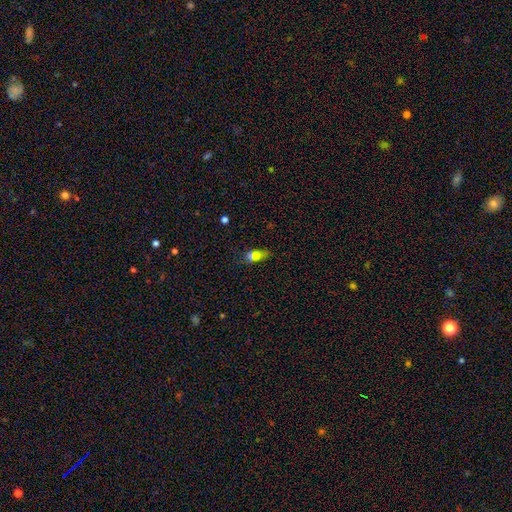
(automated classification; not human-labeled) Overall: smooth (62%; star or artifact 24%). How rounded: in between (68%). Merging: none (58%; merger 19%).